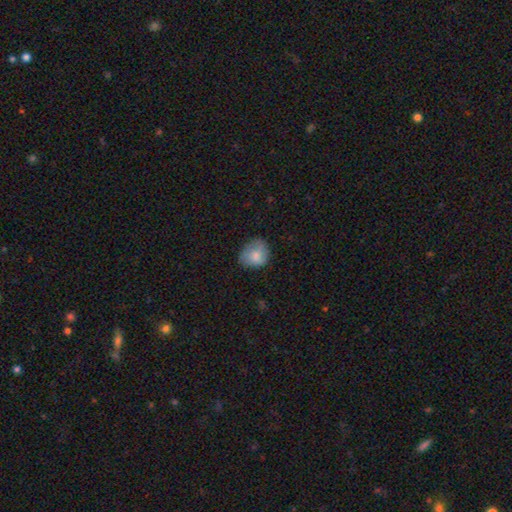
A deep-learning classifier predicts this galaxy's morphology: smooth-or-featured: smooth: 80% | featured or disk: 12% | star or artifact: 7%
  how-rounded: round: 64% | in between: 35% | cigar-shaped: 1%
  merging: none: 58% | minor disturbance: 32% | major disturbance: 8% | merger: 1%